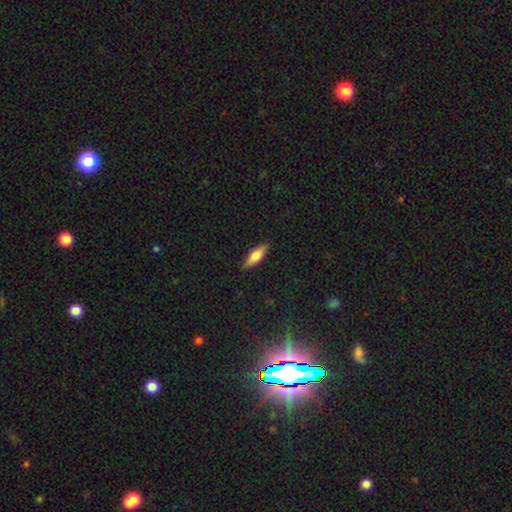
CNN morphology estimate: Smooth or featured?
  - smooth: 67% *
  - featured or disk: 27%
  - star or artifact: 6%
How rounded?
  - in between: 51% *
  - cigar-shaped: 47%
  - round: 2%
Merging?
  - none: 88% *
  - minor disturbance: 9%
  - major disturbance: 2%
  - merger: 1%